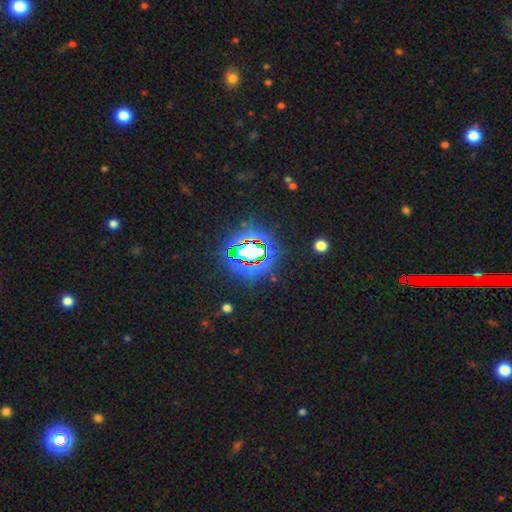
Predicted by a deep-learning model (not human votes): Overall: star or artifact (81%).